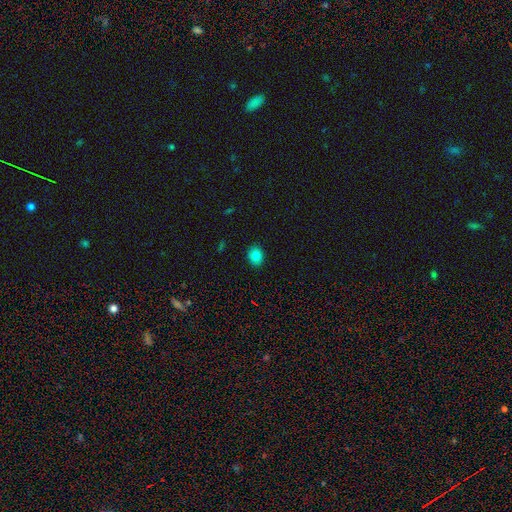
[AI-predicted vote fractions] The model was most divided on "how rounded" (2-way tie): in between: 50%, round: 50%, cigar-shaped: 1%. More confident: merging — none (90%); smooth or featured — smooth (83%).